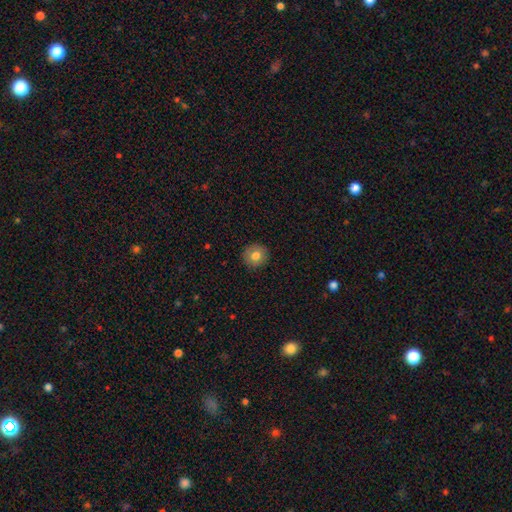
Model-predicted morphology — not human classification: Smooth or featured? Predicted: smooth (p=0.79). How rounded? Predicted: round (p=0.93). Merging? Predicted: none (p=0.91).